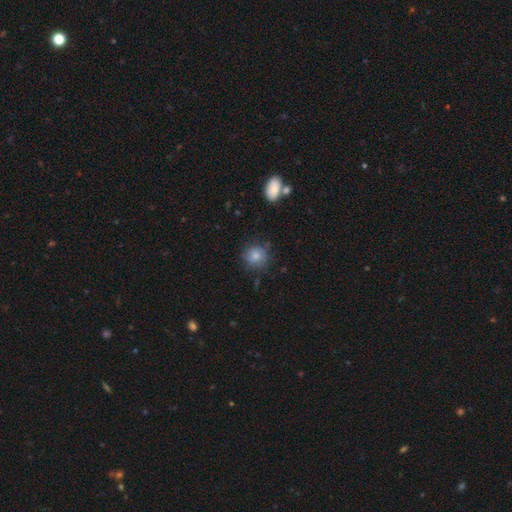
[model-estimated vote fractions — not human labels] smooth_or_featured: smooth (p=0.80) [alt: featured or disk p=0.10]
how_rounded: round (p=0.87) [alt: in between p=0.12]
merging: none (p=0.74) [alt: minor disturbance p=0.18]